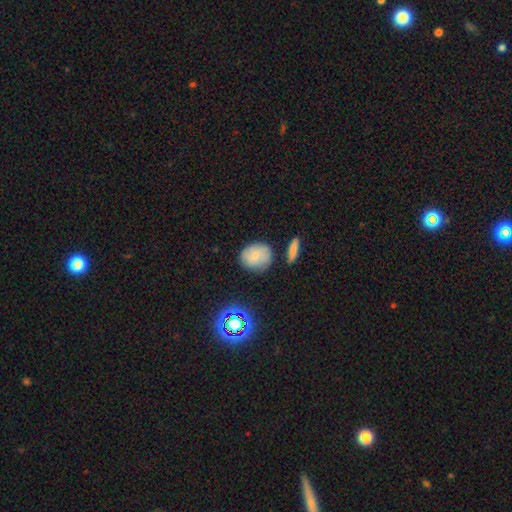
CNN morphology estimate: Overall: smooth (76%). How rounded: round (63%; in between 35%). Merging: none (74%).